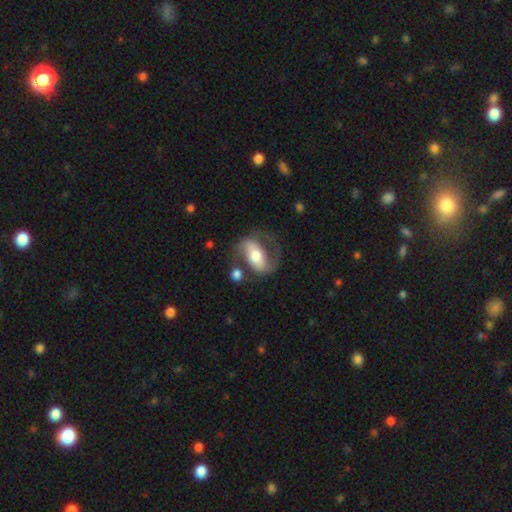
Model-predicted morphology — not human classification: The model was most divided on "spiral winding": medium: 47%, loose: 36%, tight: 17%. Remaining: edge-on disk — no (94%); spiral arm count — 2 (86%); spiral arms — yes (85%); smooth or featured — featured or disk (74%); bulge size — moderate (65%); merging — none (58%); bar — strong (49%).